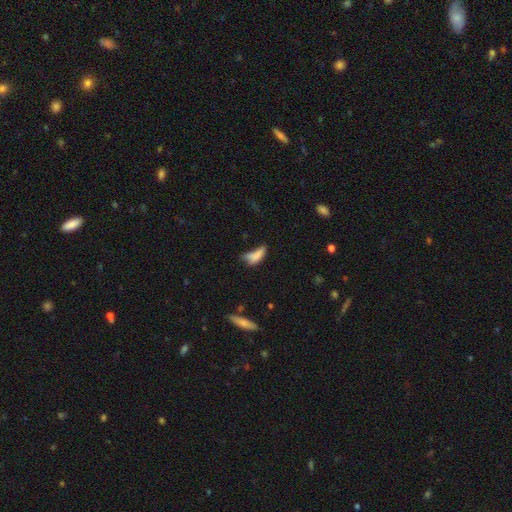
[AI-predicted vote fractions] Smooth or featured: smooth — 73% (featured or disk — 15%)
How rounded: in between — 72% (cigar-shaped — 25%)
Merging: minor disturbance — 30% (none — 29%)